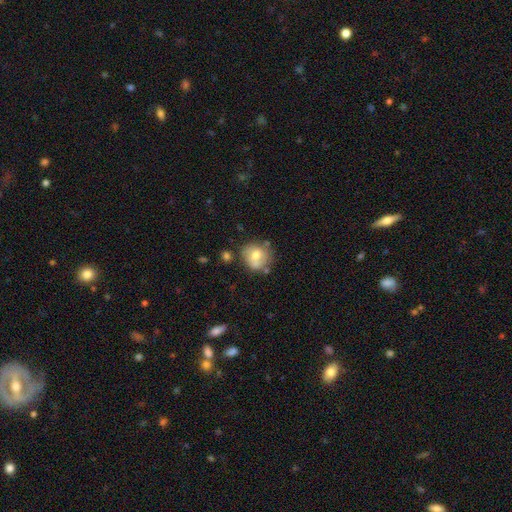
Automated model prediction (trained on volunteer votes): The model was most divided on "merging": none: 61%, minor disturbance: 19%, merger: 15%, major disturbance: 6%. More confident: how rounded — round (82%); smooth or featured — smooth (68%).